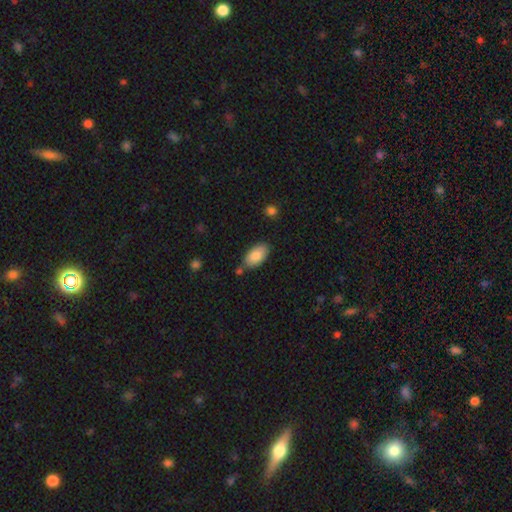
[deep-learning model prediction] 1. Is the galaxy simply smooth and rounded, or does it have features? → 83% smooth, 10% featured or disk, 6% star or artifact.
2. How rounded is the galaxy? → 94% in between, 3% round, 3% cigar-shaped.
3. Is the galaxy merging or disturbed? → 76% none, 15% minor disturbance, 6% merger, 3% major disturbance.